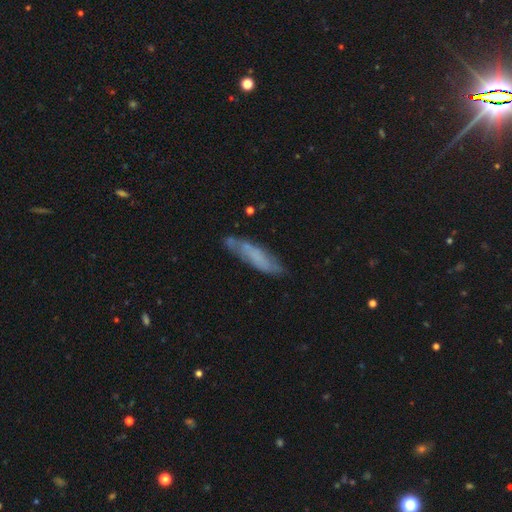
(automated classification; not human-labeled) Smooth or featured? smooth (54%)
How rounded? cigar-shaped (74%)
Merging? none (65%)